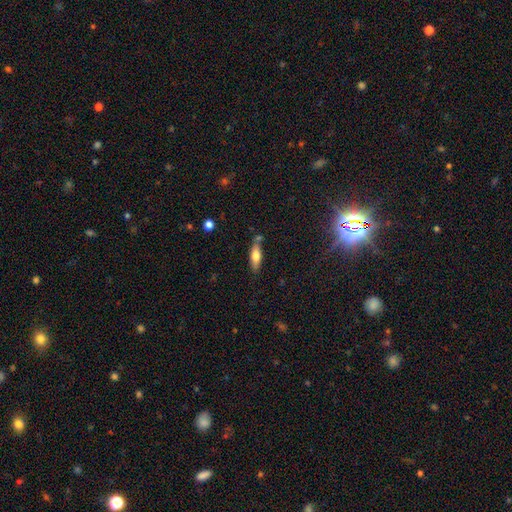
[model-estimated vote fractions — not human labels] smooth-or-featured: smooth: 63% | featured or disk: 30% | star or artifact: 7%
  how-rounded: cigar-shaped: 51% | in between: 47% | round: 2%
  merging: none: 70% | minor disturbance: 18% | merger: 8% | major disturbance: 4%